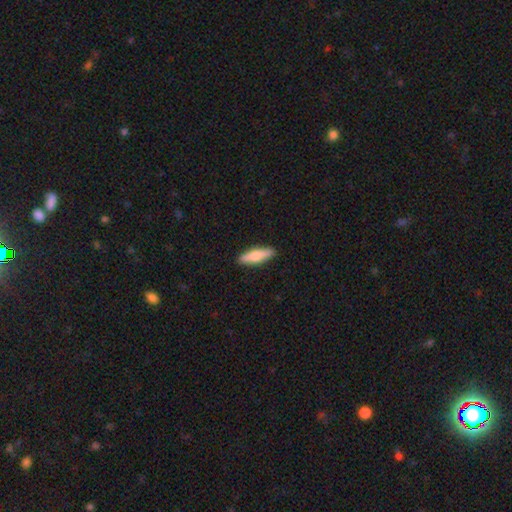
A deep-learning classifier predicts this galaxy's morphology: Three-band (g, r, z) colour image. It shows a smooth galaxy with no disk features (68%) that is cigar-shaped (70%). Merging: none (91%).